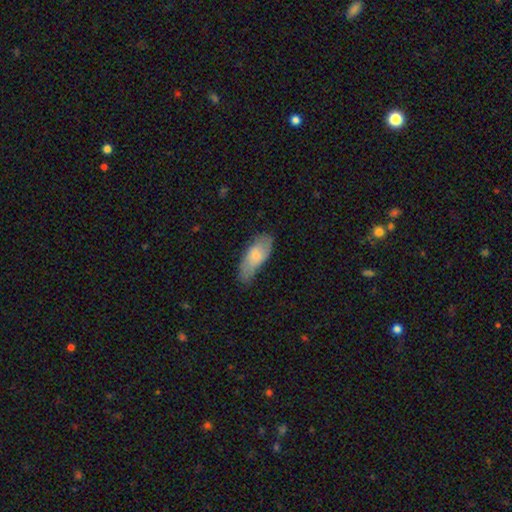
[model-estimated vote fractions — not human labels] Overall: smooth (67%; featured or disk 27%). How rounded: in between (82%). Merging: none (54%; minor disturbance 35%).